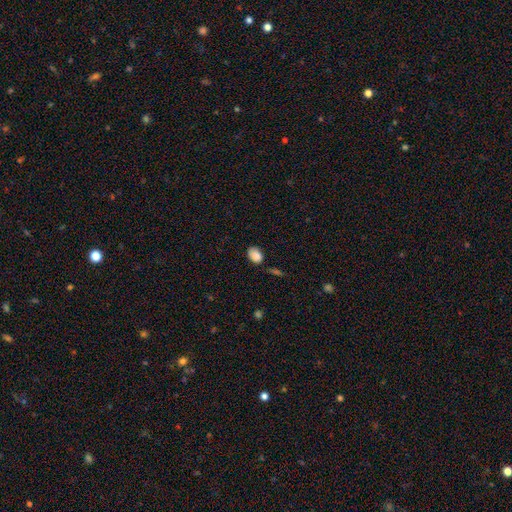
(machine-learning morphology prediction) A smooth galaxy with no disk features (86%) that is in between round and cigar-shaped (82%).

Vote fractions:
- Smooth or featured? smooth: 86% / star or artifact: 9% / featured or disk: 5%
- How rounded? in between: 82% / round: 17% / cigar-shaped: 1%
- Merging? none: 70% / minor disturbance: 21% / merger: 5% / major disturbance: 4%